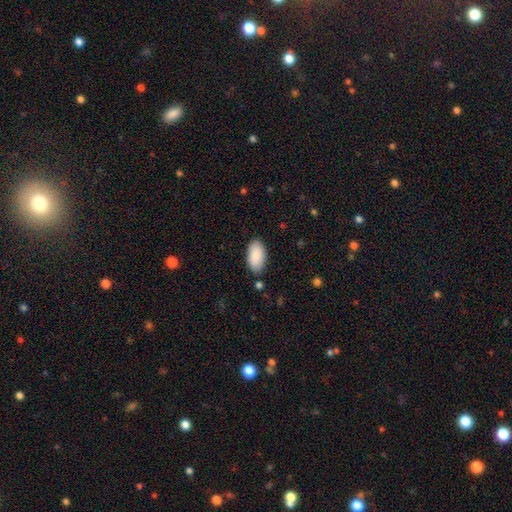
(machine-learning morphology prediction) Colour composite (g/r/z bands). It shows a smooth galaxy with no disk features (90%) that is in between round and cigar-shaped (96%). Merging: none (85%).